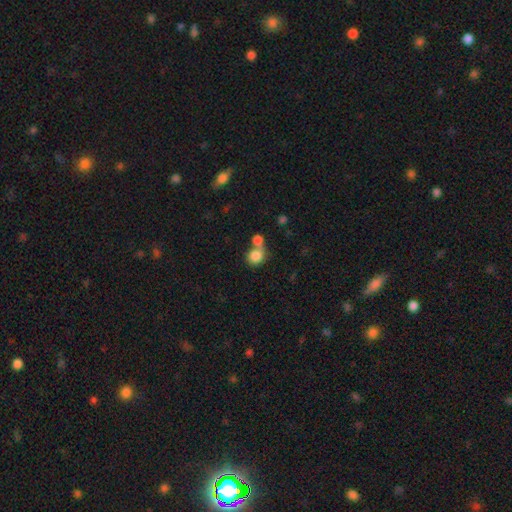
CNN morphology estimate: Q: Smooth or featured?
A: smooth (83%); runner-up: star or artifact (9%)
Q: How rounded?
A: round (81%); runner-up: in between (18%)
Q: Merging?
A: merger (48%); runner-up: none (39%)